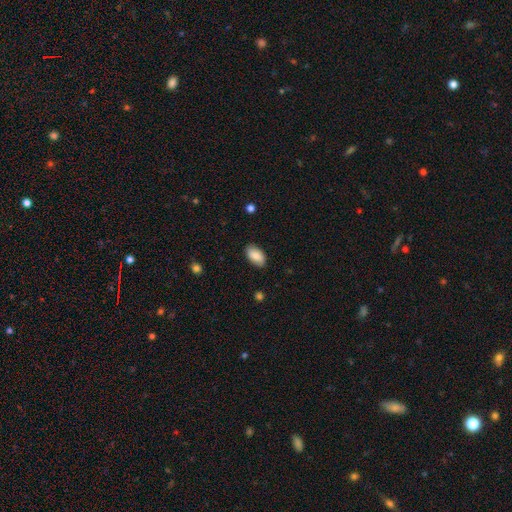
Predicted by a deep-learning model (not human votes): smooth-or-featured: smooth: 85% | featured or disk: 9% | star or artifact: 7%
  how-rounded: in between: 95% | round: 3% | cigar-shaped: 2%
  merging: none: 85% | minor disturbance: 11% | major disturbance: 2% | merger: 1%